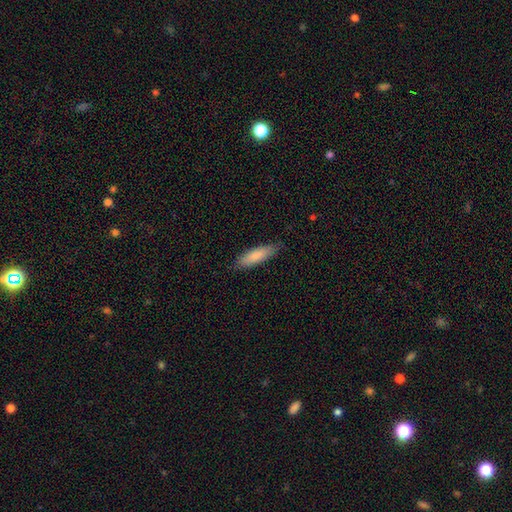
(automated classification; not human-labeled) This appears to be a smooth galaxy with no disk features (83%) that is cigar-shaped (60%). Merging: none (84%).